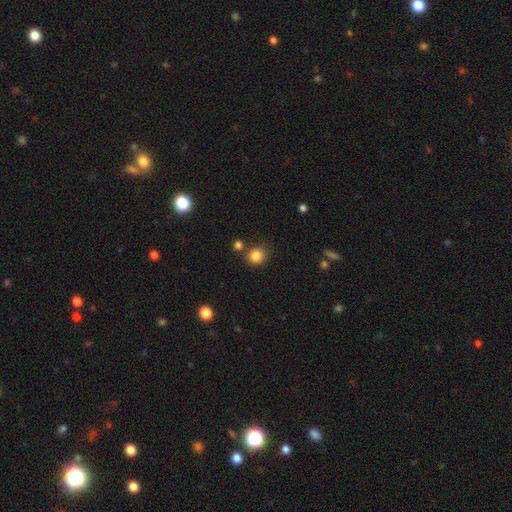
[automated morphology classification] This is clearly a smooth galaxy (84%). How rounded: clearly round (85%). Merging: likely none (77%).